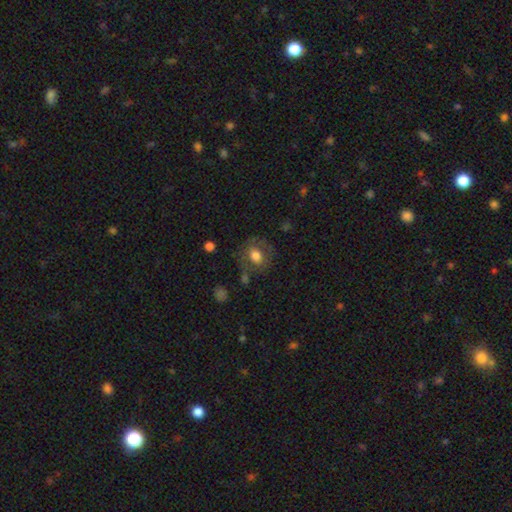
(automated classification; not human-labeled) A smooth galaxy with no disk features (64%) that is round (56%). Merging: none (66%).